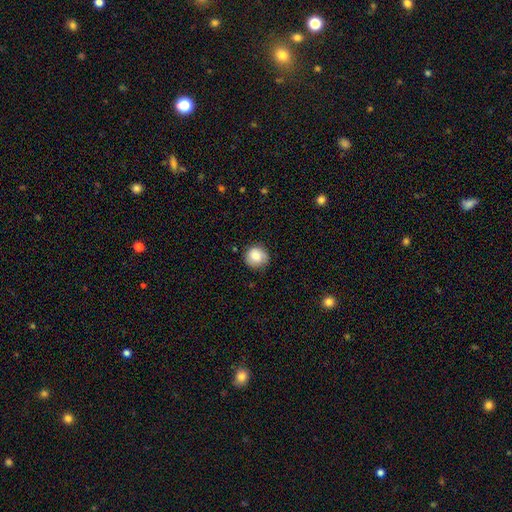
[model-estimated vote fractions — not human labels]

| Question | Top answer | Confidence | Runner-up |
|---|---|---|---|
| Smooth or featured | smooth | 81% | featured or disk (11%) |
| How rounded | round | 90% | in between (9%) |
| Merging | none | 79% | minor disturbance (17%) |